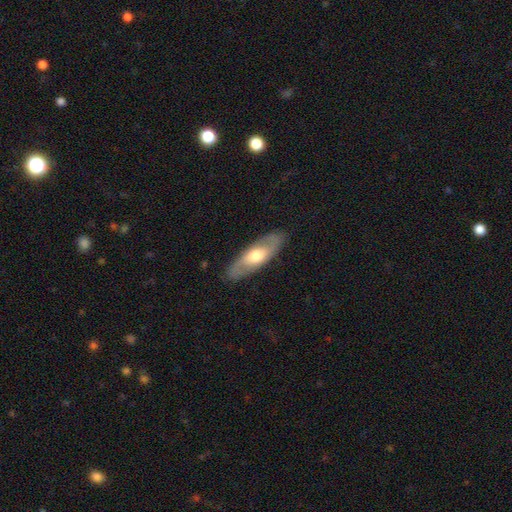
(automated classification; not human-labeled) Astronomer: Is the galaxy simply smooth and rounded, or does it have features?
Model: featured or disk — 52% (runner-up: smooth, 44%).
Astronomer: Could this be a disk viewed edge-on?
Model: no — 71%.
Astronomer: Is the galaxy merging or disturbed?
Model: none — 86%.